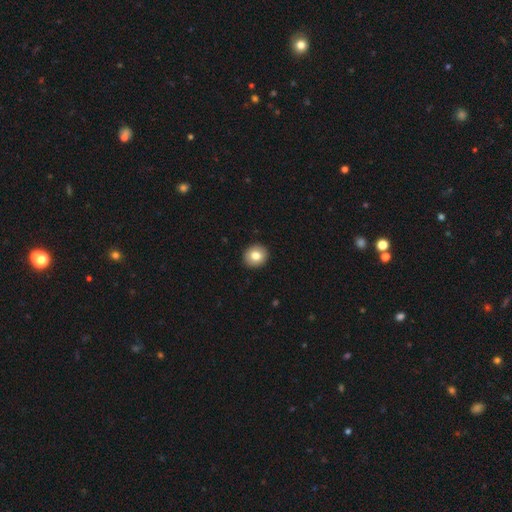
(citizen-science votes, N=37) This appears to be a smooth galaxy with no disk features (81%) that is round (80%). Merging: none (97%).